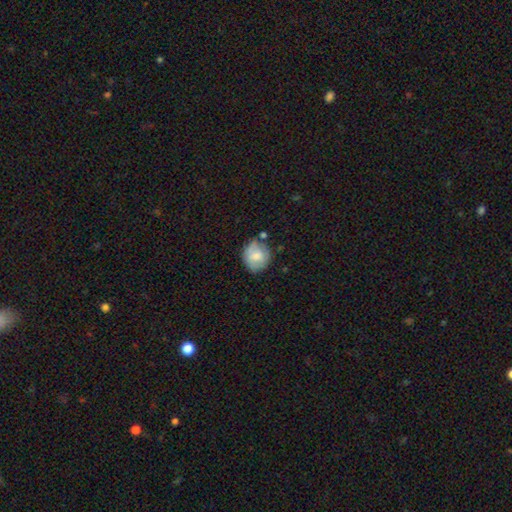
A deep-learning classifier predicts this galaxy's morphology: The model was most divided on "merging": none: 65%, minor disturbance: 23%, merger: 7%, major disturbance: 6%. More confident: how rounded — round (83%); smooth or featured — smooth (68%).